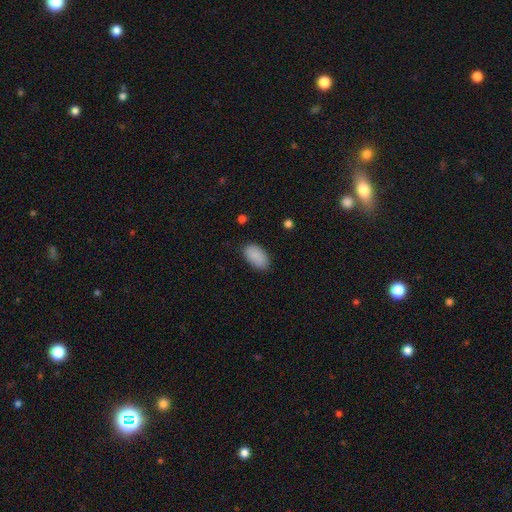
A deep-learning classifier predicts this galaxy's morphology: This is clearly a smooth galaxy (89%). How rounded: clearly in between (95%). Merging: clearly none (81%).